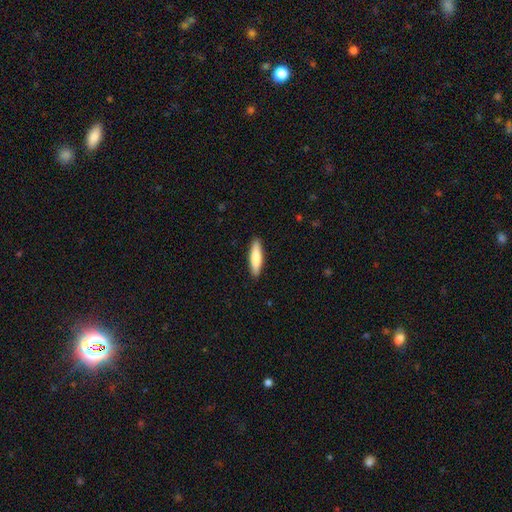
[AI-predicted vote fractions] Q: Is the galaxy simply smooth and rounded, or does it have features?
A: smooth — 79%.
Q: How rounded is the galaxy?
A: cigar-shaped — 77%.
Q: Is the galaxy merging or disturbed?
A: none — 90%.